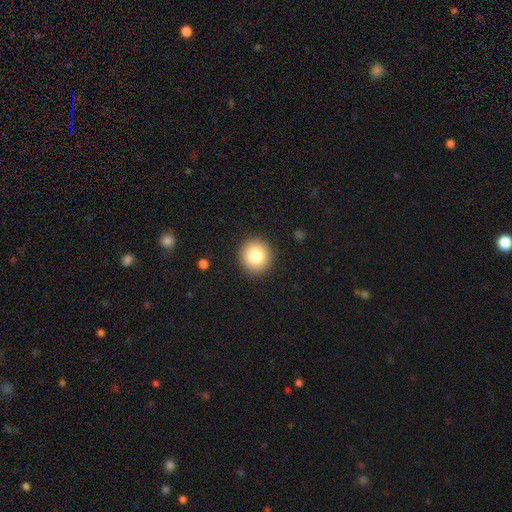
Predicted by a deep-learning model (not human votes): Overall: smooth (80%). How rounded: round (92%). Merging: none (91%).